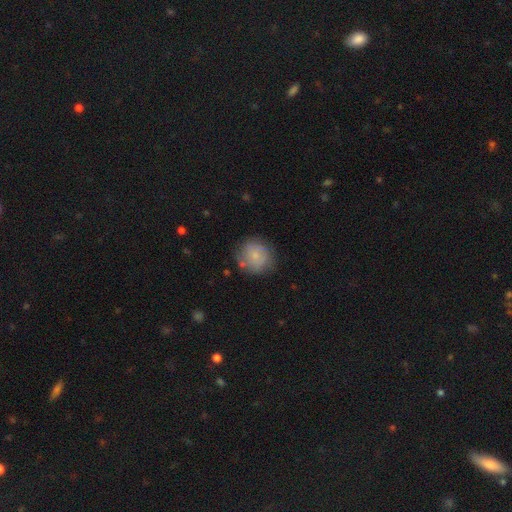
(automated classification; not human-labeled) This appears to be a smooth galaxy with no disk features (62%) that is round (88%). Merging: none (71%).